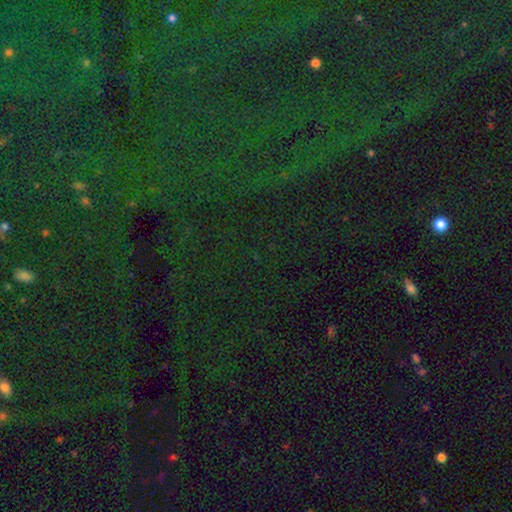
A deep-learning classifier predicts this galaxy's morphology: smooth_or_featured: star or artifact (p=0.84) [alt: smooth p=0.09]